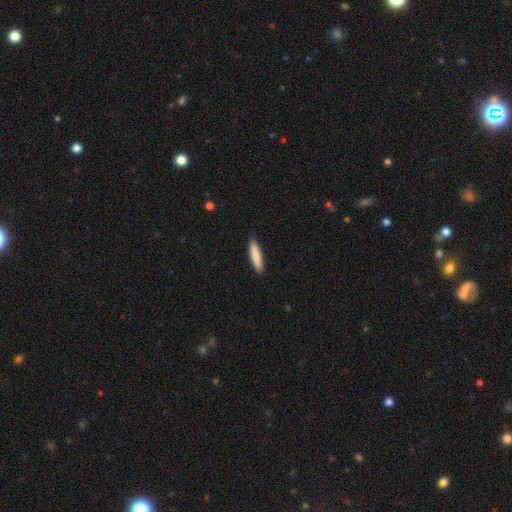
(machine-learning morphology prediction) This is clearly a smooth galaxy (83%). How rounded: clearly cigar-shaped (80%). Merging: clearly none (90%).